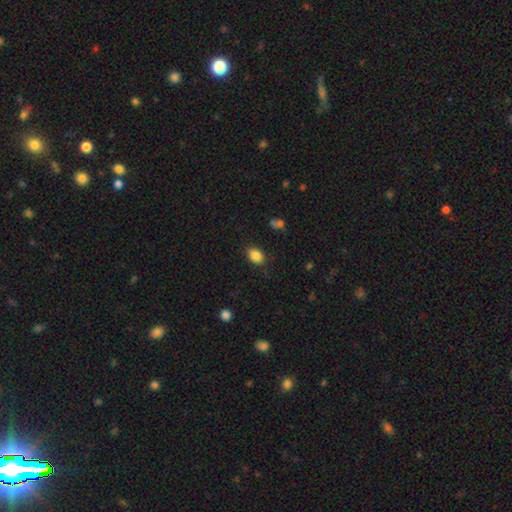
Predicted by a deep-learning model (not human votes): Smooth or featured? Predicted: smooth (p=0.86). How rounded? Predicted: in between (p=0.70). Merging? Predicted: none (p=0.84).